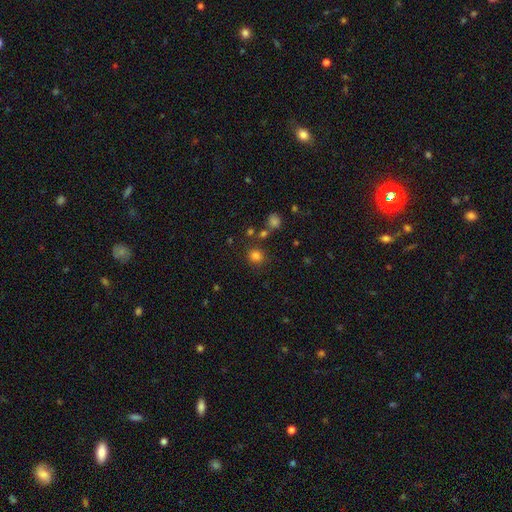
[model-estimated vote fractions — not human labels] Q: Smooth or featured?
A: smooth (80%); runner-up: star or artifact (15%)
Q: How rounded?
A: round (83%); runner-up: in between (16%)
Q: Merging?
A: none (82%); runner-up: minor disturbance (9%)